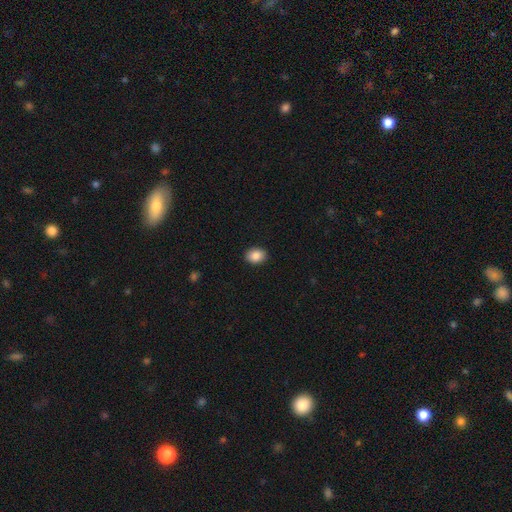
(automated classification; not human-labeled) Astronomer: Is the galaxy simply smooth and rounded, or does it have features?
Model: smooth — 89%.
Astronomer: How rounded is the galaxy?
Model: in between — 63%.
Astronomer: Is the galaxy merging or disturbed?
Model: none — 91%.